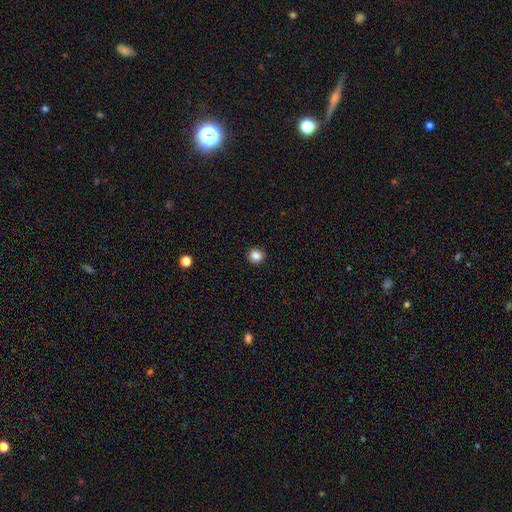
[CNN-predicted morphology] A smooth galaxy with no disk features (86%) that is round (89%).

Vote fractions:
- Smooth or featured? smooth: 86% / star or artifact: 11% / featured or disk: 4%
- How rounded? round: 89% / in between: 10% / cigar-shaped: 1%
- Merging? none: 92% / minor disturbance: 5% / major disturbance: 2% / merger: 1%